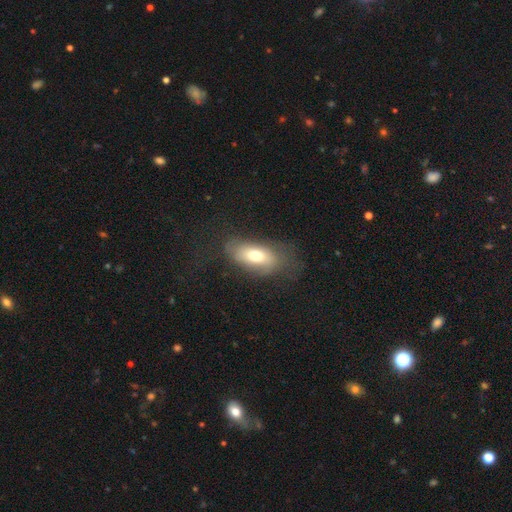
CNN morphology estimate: Smooth or featured: smooth — 69% (featured or disk — 23%)
How rounded: in between — 88% (cigar-shaped — 8%)
Merging: none — 57% (minor disturbance — 24%)